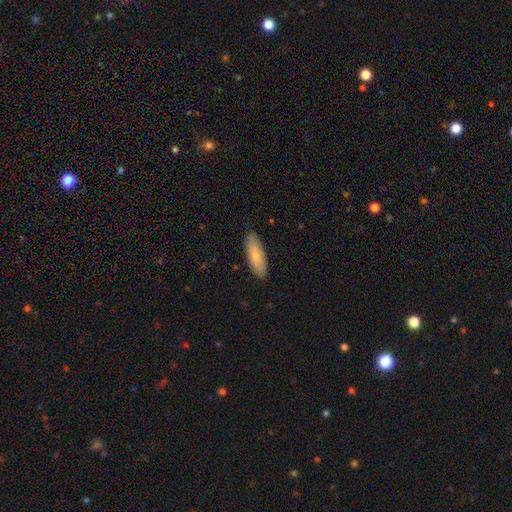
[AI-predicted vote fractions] Morphology: type=smooth (80%); roundness=in between (65%); merging=none (87%).